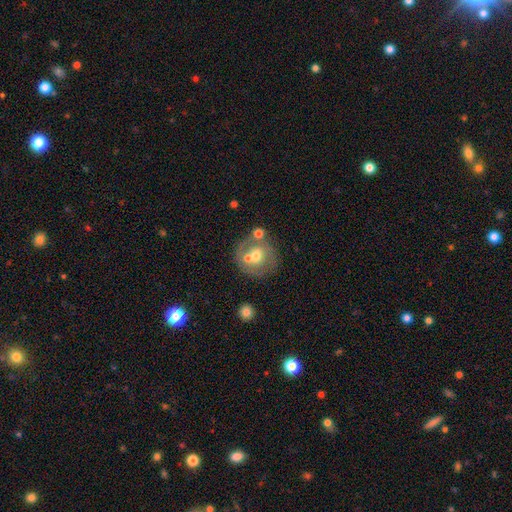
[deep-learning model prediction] smooth 49%, featured or disk 42%, star or artifact 9%. Down the decision tree: merging — none (54%).